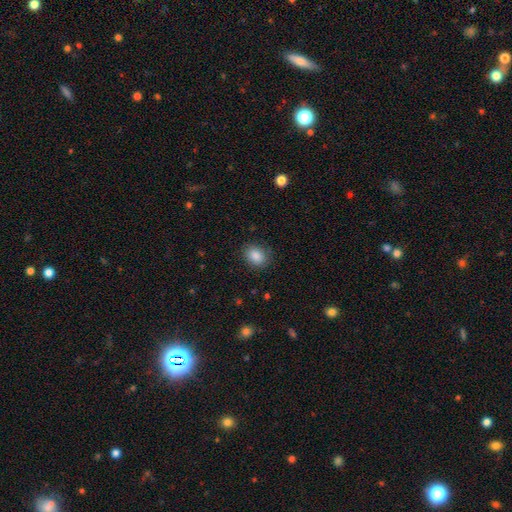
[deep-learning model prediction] This appears to be a smooth galaxy with no disk features (87%) that is in between round and cigar-shaped (56%). Merging: none (85%).